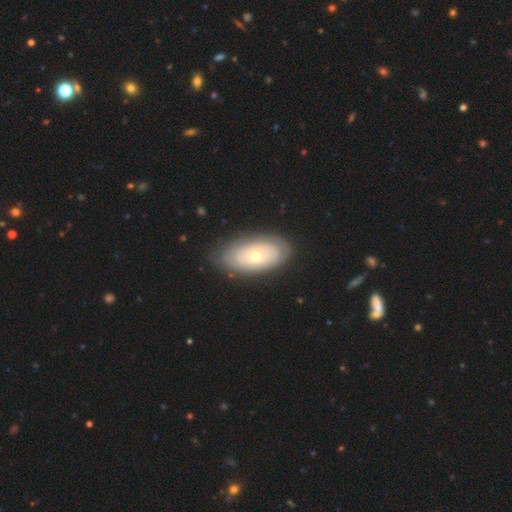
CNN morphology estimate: A featured or disk galaxy (50%).

Vote fractions:
- Smooth or featured? featured or disk: 50% / smooth: 44% / star or artifact: 6%
- Edge-on disk? no: 90% / yes: 10%
- Merging? none: 81% / minor disturbance: 14% / major disturbance: 4% / merger: 1%